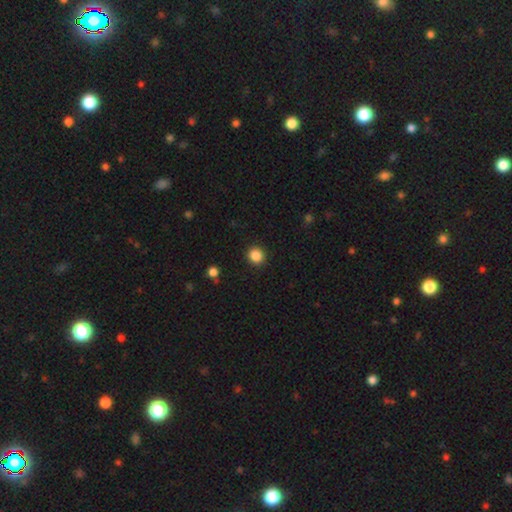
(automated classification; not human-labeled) A smooth galaxy with no disk features (86%) that is round (91%). Merging: none (92%).